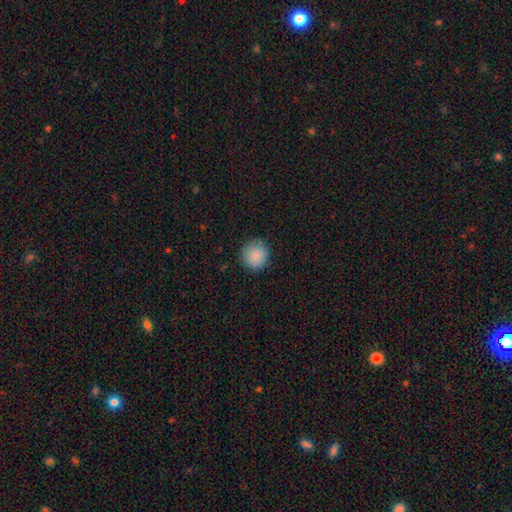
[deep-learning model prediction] This appears to be a smooth galaxy with no disk features (87%) that is round (93%). Merging: none (86%).